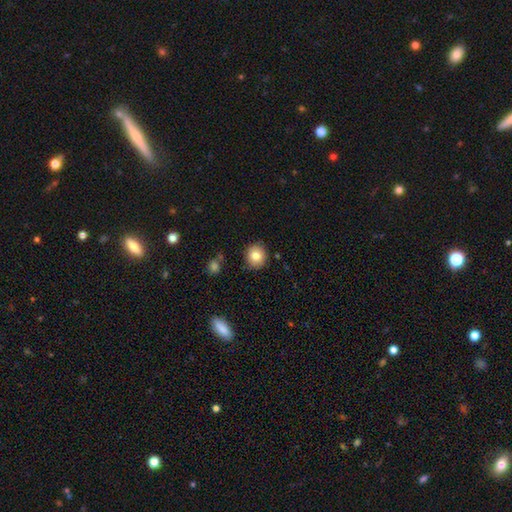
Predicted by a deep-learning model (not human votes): This appears to be a smooth galaxy with no disk features (82%) that is round (88%). Merging: none (86%).